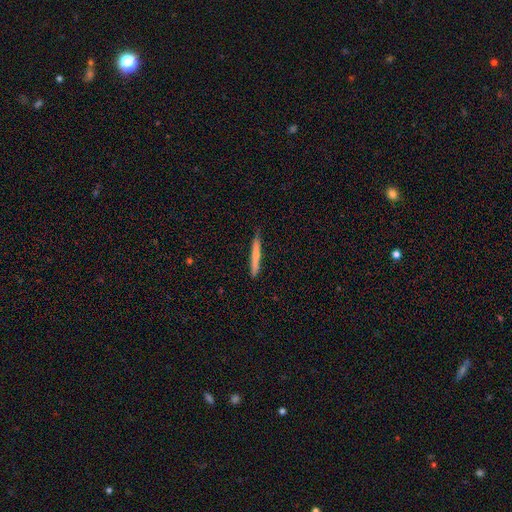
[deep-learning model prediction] Morphology: type=smooth (60%); roundness=cigar-shaped (95%); merging=none (86%).